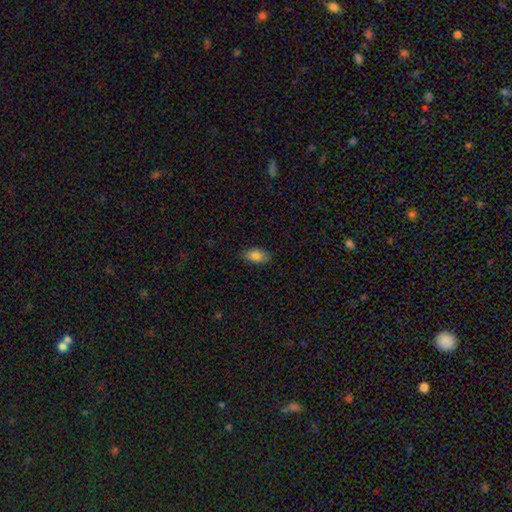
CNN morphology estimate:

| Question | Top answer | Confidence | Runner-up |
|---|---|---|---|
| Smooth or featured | smooth | 86% | star or artifact (8%) |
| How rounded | in between | 92% | round (4%) |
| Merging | none | 86% | minor disturbance (10%) |